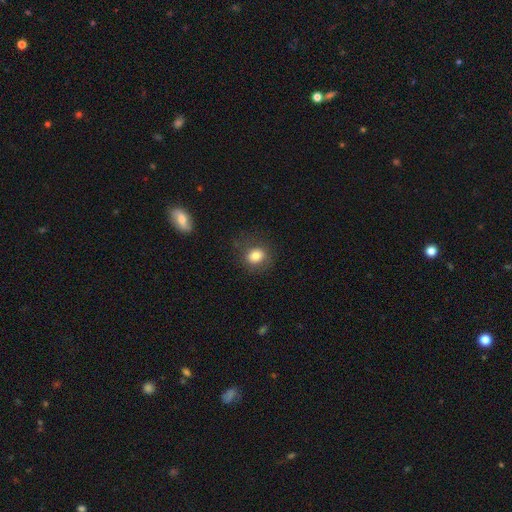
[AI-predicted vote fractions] smooth 80%, star or artifact 11%, featured or disk 10%. Down the decision tree: how rounded — round (64%); merging — none (78%).